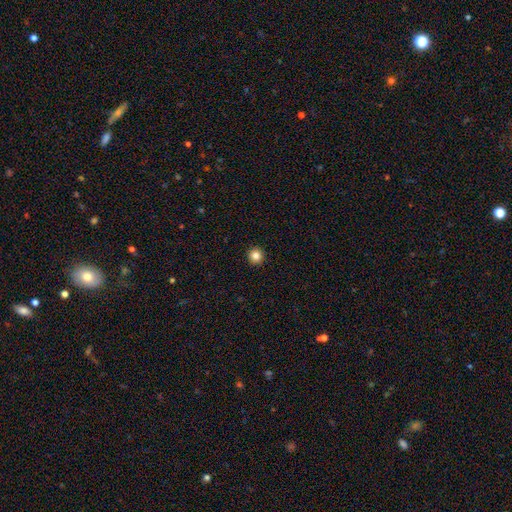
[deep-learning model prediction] Overall: smooth (85%). How rounded: round (96%). Merging: none (94%).